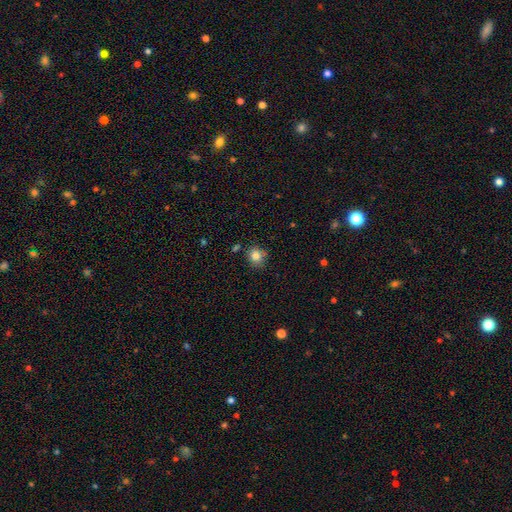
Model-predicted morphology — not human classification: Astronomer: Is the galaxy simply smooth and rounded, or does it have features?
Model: smooth — 83%.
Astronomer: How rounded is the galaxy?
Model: round — 81%.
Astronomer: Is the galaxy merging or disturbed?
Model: none — 75%.